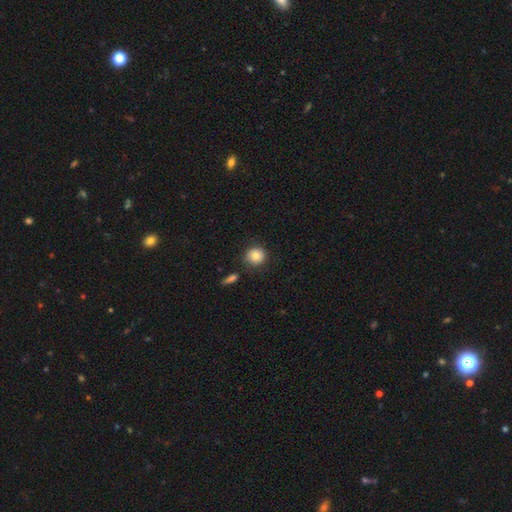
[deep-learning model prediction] smooth_or_featured: smooth (p=0.84) [alt: star or artifact p=0.08]
how_rounded: round (p=0.87) [alt: in between p=0.12]
merging: none (p=0.78) [alt: minor disturbance p=0.14]